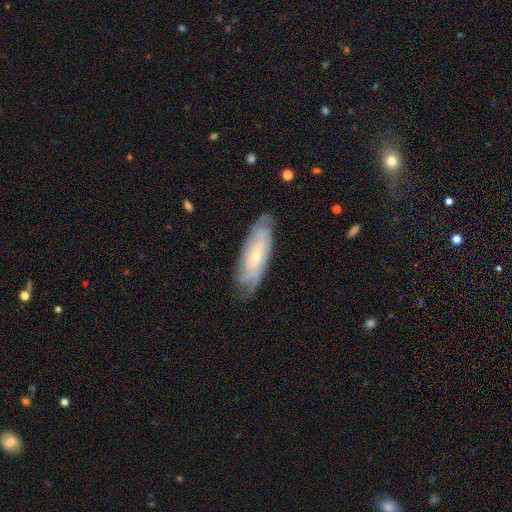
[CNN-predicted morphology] A featured or disk galaxy (66%) with no bar (71%), spiral arms (85%) and a small central bulge (68%).

Vote fractions:
- Smooth or featured? featured or disk: 66% / smooth: 27% / star or artifact: 6%
- Edge-on disk? no: 79% / yes: 21%
- Bar? no: 71% / weak: 23% / strong: 6%
- Spiral arms? yes: 85% / no: 15%
- Bulge size? small: 68% / moderate: 28% / none: 2% / large: 2% / dominant: 1%
- Merging? none: 75% / minor disturbance: 19% / major disturbance: 5% / merger: 1%